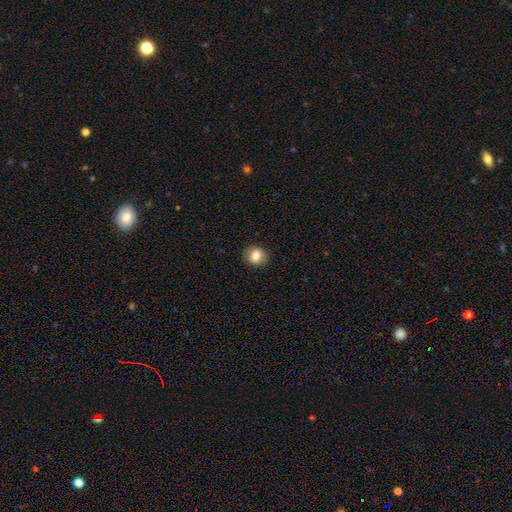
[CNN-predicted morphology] A smooth galaxy with no disk features (83%) that is round (80%).

Vote fractions:
- Smooth or featured? smooth: 83% / star or artifact: 10% / featured or disk: 7%
- How rounded? round: 80% / in between: 19% / cigar-shaped: 1%
- Merging? none: 91% / minor disturbance: 6% / major disturbance: 2% / merger: 1%